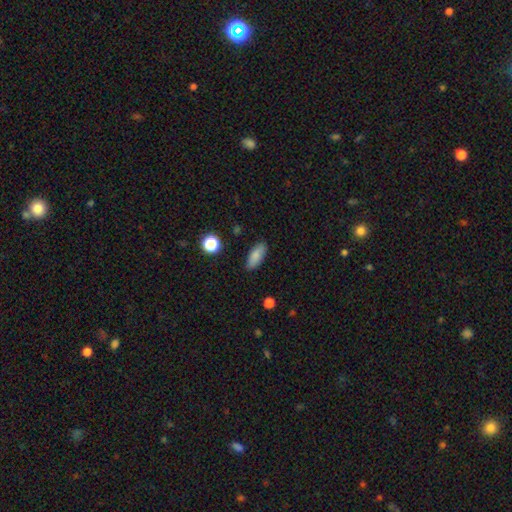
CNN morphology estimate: Smooth or featured: smooth — 84% (star or artifact — 8%)
How rounded: in between — 80% (cigar-shaped — 17%)
Merging: none — 84% (minor disturbance — 12%)